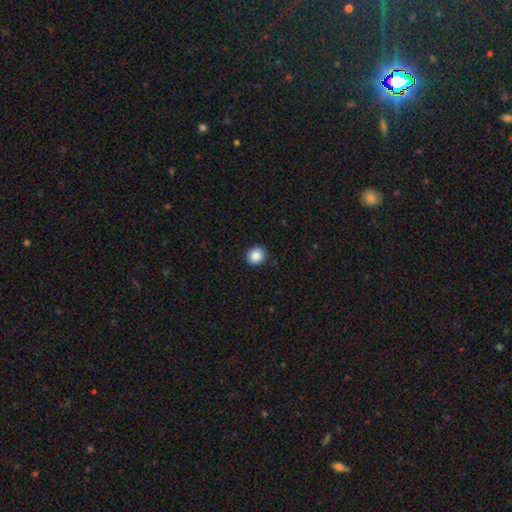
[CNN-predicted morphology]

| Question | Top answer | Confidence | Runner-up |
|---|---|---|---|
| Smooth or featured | smooth | 88% | star or artifact (9%) |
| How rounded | round | 83% | in between (16%) |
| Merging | none | 92% | minor disturbance (6%) |